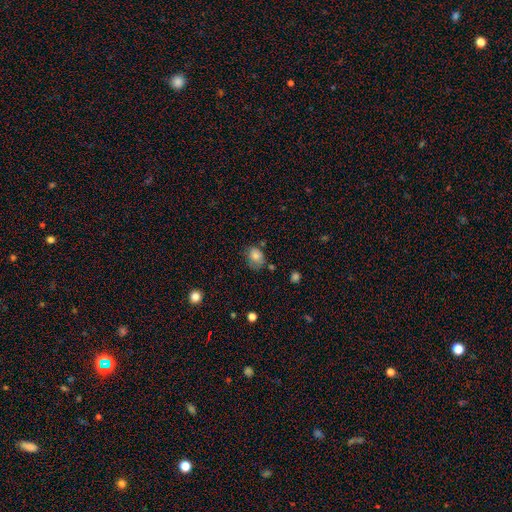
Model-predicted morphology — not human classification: Smooth or featured?
  - smooth: 79% *
  - featured or disk: 11%
  - star or artifact: 10%
How rounded?
  - in between: 59% *
  - round: 40%
  - cigar-shaped: 1%
Merging?
  - none: 57% *
  - minor disturbance: 29%
  - major disturbance: 9%
  - merger: 5%